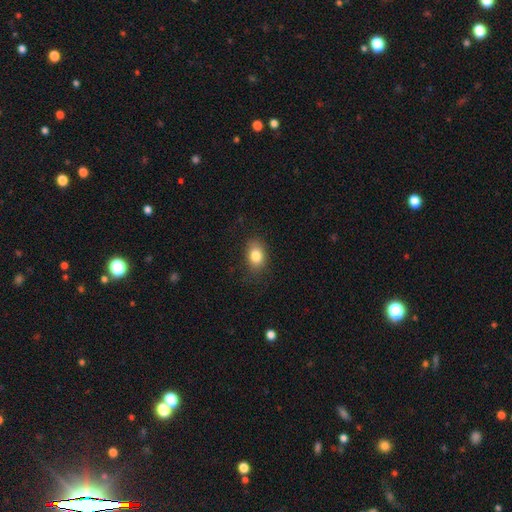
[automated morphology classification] type=smooth (82%); roundness=in between (75%); merging=none (81%).